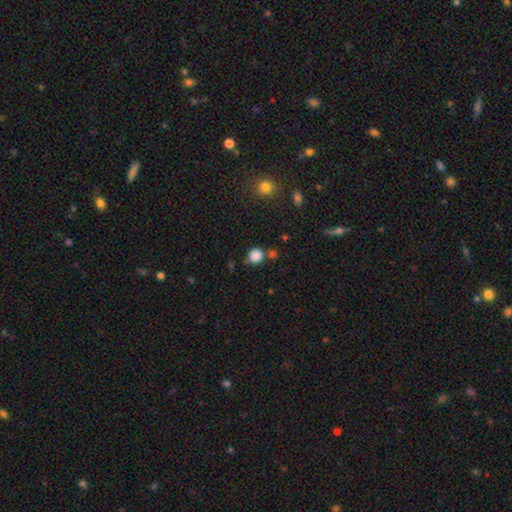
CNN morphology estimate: smooth_or_featured: smooth (p=0.85) [alt: star or artifact p=0.11]
how_rounded: round (p=0.85) [alt: in between p=0.14]
merging: none (p=0.70) [alt: minor disturbance p=0.14]